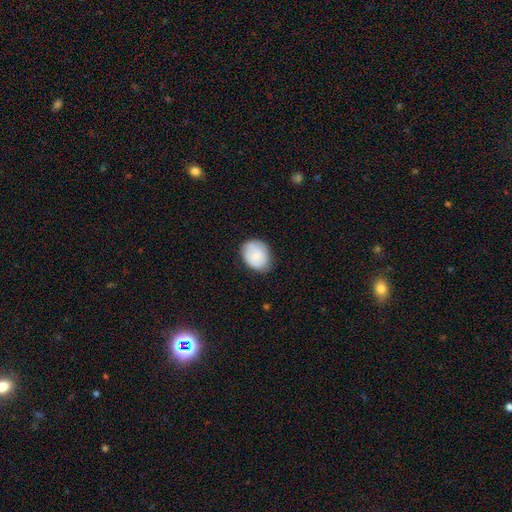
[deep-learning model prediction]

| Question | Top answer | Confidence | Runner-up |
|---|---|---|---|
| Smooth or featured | smooth | 79% | featured or disk (14%) |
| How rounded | round | 51% | in between (48%) |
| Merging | none | 76% | minor disturbance (20%) |